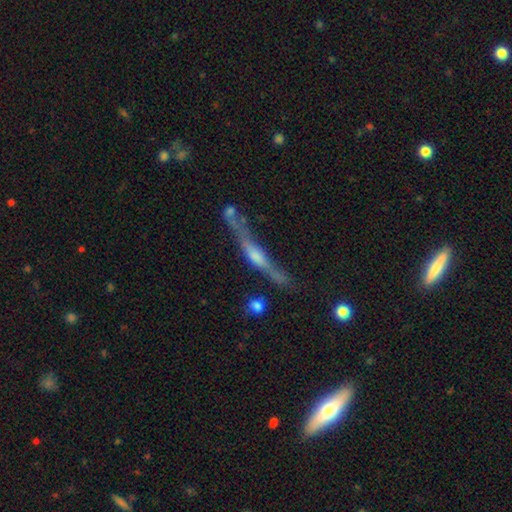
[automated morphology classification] A featured or disk galaxy (74%) viewed edge-on (91%) with a rounded central bulge (78%). Merging: none (58%).